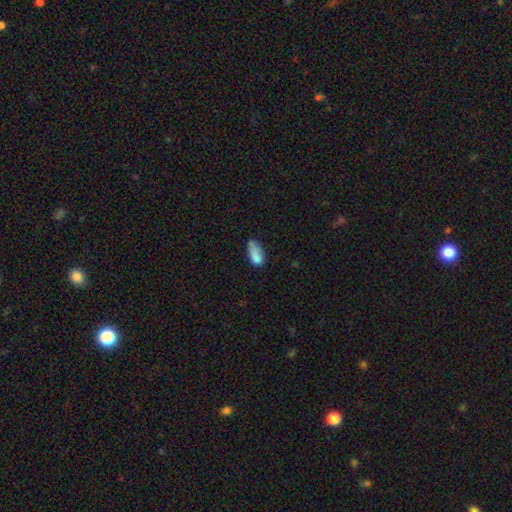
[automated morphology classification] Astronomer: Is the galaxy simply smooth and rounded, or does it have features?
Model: smooth — 80%.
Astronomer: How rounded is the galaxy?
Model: in between — 87%.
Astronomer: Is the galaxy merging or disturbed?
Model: minor disturbance — 38% (runner-up: none, 35%).